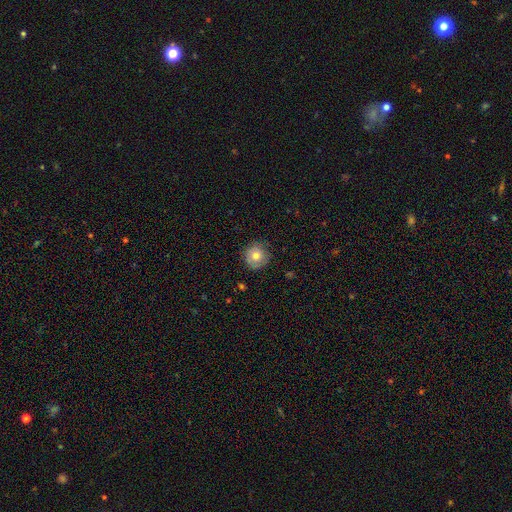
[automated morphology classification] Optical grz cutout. It shows a smooth galaxy with no disk features (73%) that is round (93%). Merging: none (82%).